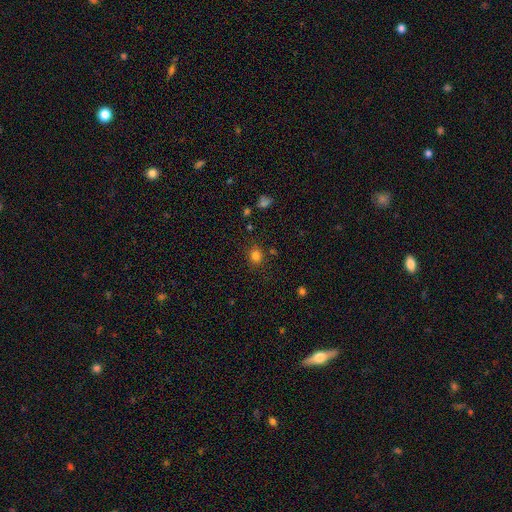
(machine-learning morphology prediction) Q: Smooth or featured?
A: smooth (80%); runner-up: star or artifact (15%)
Q: How rounded?
A: round (79%); runner-up: in between (20%)
Q: Merging?
A: none (84%); runner-up: minor disturbance (10%)